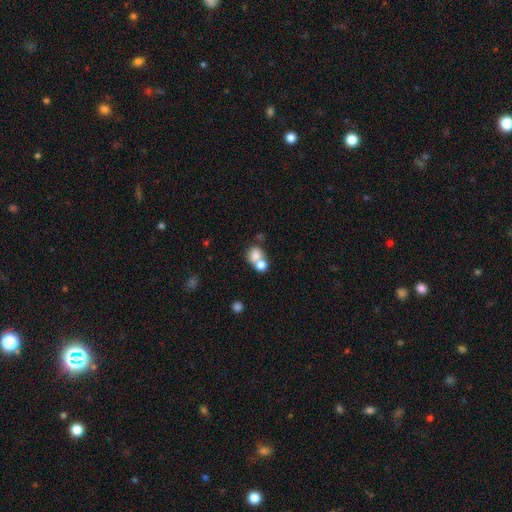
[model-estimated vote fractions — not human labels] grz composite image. It shows a smooth galaxy with no disk features (75%) that is round (62%). Merging: merger (61%).